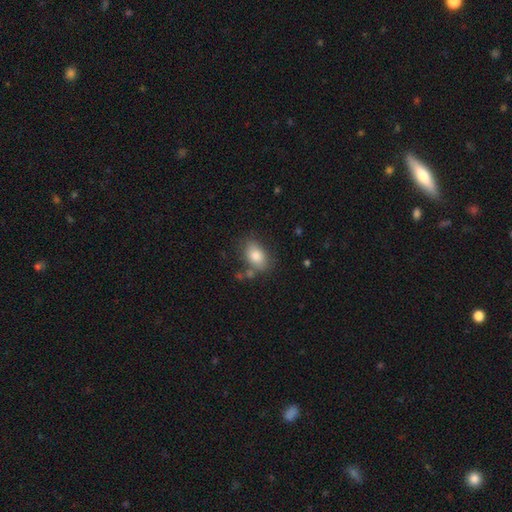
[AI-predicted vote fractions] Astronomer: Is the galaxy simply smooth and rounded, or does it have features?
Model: smooth — 83%.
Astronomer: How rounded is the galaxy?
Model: in between — 85%.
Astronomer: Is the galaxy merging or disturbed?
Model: none — 69%.